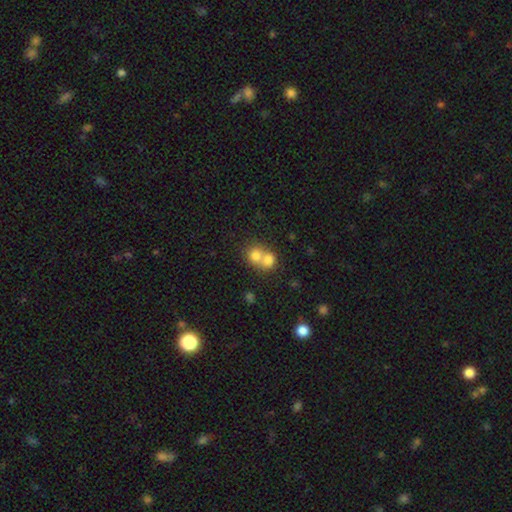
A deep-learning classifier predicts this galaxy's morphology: This appears to be a smooth galaxy with no disk features (76%) that is round (76%). Merging: merger (67%).